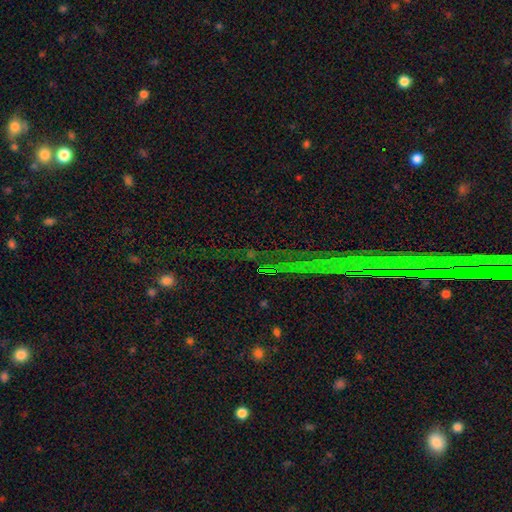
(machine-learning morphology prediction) A star or artifact, not a galaxy (76%).

Vote fractions:
- Smooth or featured? star or artifact: 76% / smooth: 13% / featured or disk: 11%